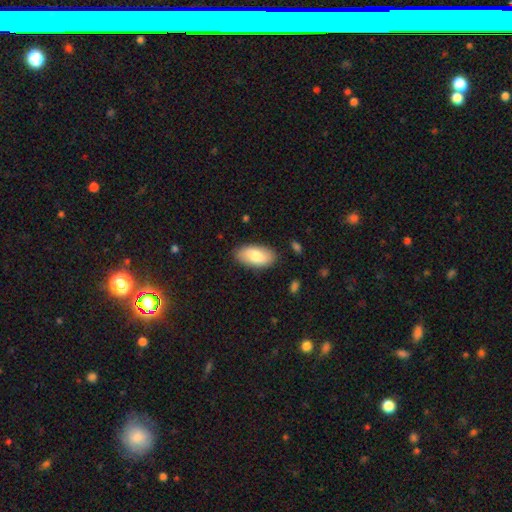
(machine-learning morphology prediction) This appears to be a smooth galaxy with no disk features (78%) that is in between round and cigar-shaped (94%). Merging: none (86%).